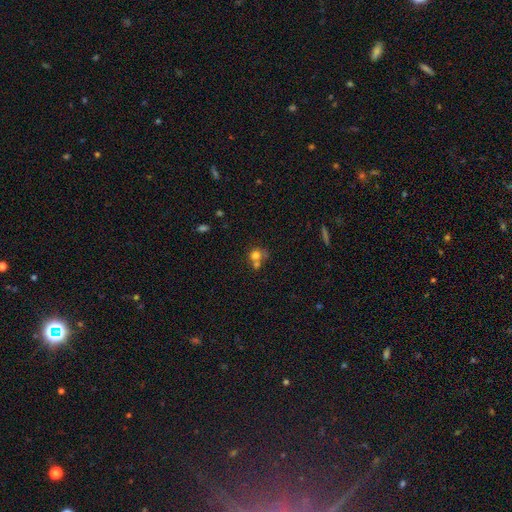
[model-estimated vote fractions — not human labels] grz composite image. It shows a smooth galaxy with no disk features (72%) that is round (78%). Merging: merger (48%).